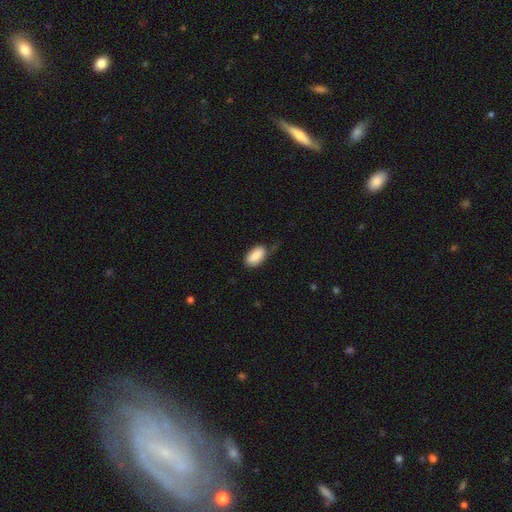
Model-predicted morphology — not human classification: Q: Smooth or featured?
A: smooth (86%); runner-up: featured or disk (7%)
Q: How rounded?
A: in between (93%); runner-up: round (4%)
Q: Merging?
A: none (55%); runner-up: minor disturbance (33%)